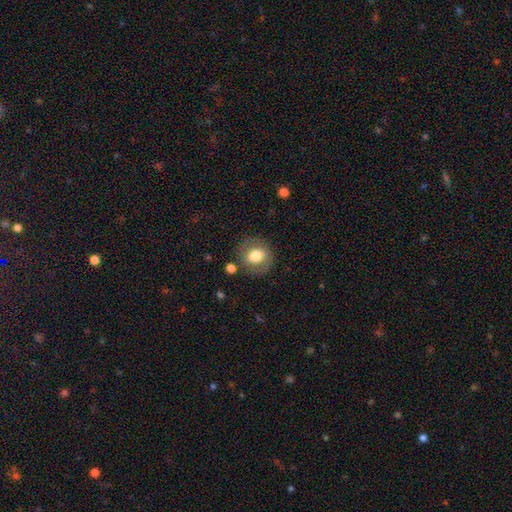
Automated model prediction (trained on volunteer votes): smooth-or-featured: smooth: 67% | featured or disk: 25% | star or artifact: 8%
  how-rounded: round: 76% | in between: 23% | cigar-shaped: 1%
  merging: none: 78% | minor disturbance: 13% | major disturbance: 6% | merger: 3%